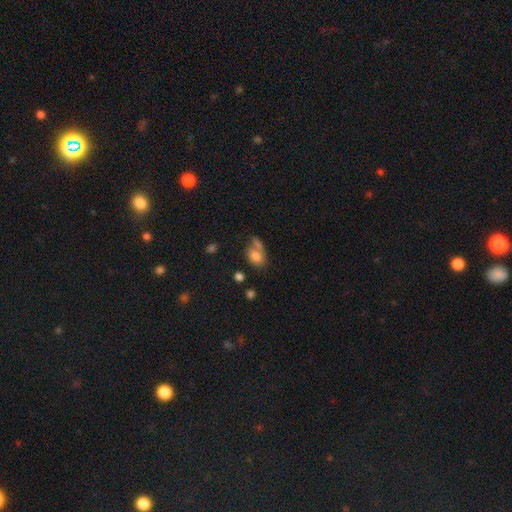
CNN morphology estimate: Q: Smooth or featured?
A: smooth (79%); runner-up: featured or disk (12%)
Q: How rounded?
A: in between (73%); runner-up: round (26%)
Q: Merging?
A: none (38%); runner-up: merger (36%)